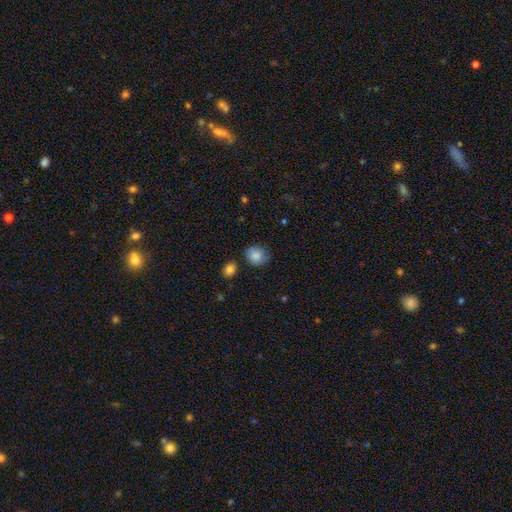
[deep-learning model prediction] Morphology: type=smooth (87%); roundness=round (74%); merging=none (74%).